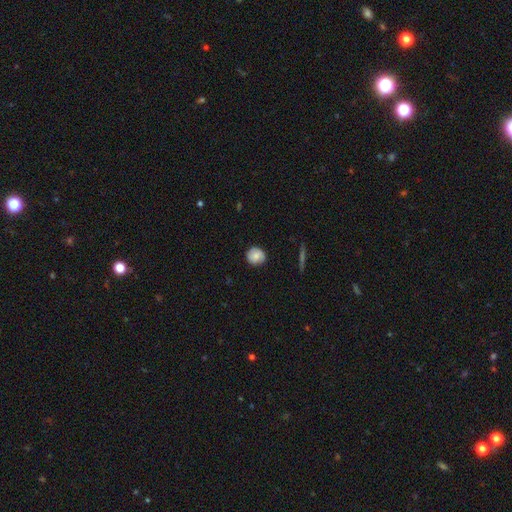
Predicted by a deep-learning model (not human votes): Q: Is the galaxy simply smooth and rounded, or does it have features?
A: smooth — 73%.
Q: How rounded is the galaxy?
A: round — 86%.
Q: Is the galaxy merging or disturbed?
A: none — 82%.